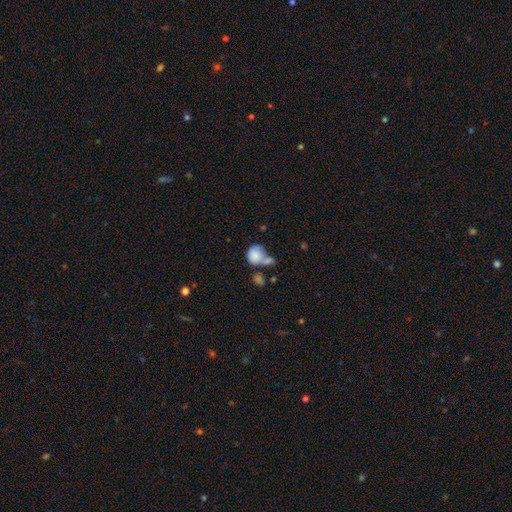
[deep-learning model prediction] Overall: smooth (81%). How rounded: round (71%). Merging: merger (42%; none 33%).